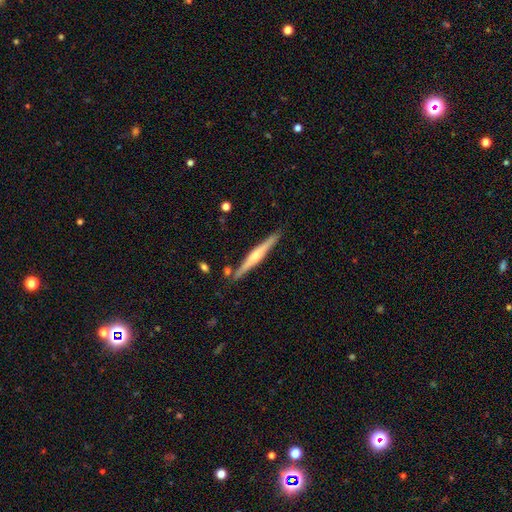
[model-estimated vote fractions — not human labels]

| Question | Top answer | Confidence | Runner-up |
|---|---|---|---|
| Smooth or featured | featured or disk | 68% | smooth (27%) |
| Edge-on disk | yes | 98% | no (2%) |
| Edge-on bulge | rounded | 82% | none (11%) |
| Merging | none | 86% | minor disturbance (9%) |